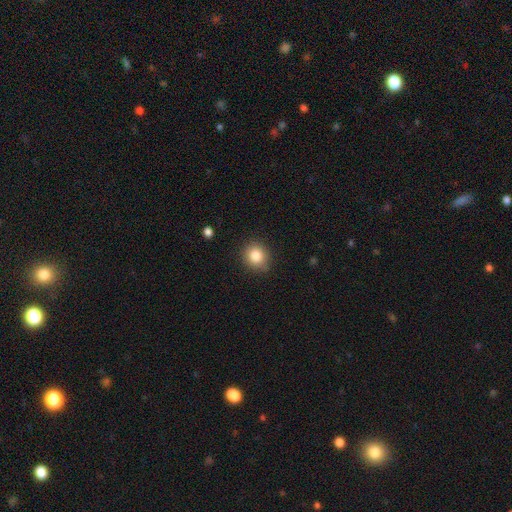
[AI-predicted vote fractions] Morphology: type=smooth (84%); roundness=round (81%); merging=none (86%).